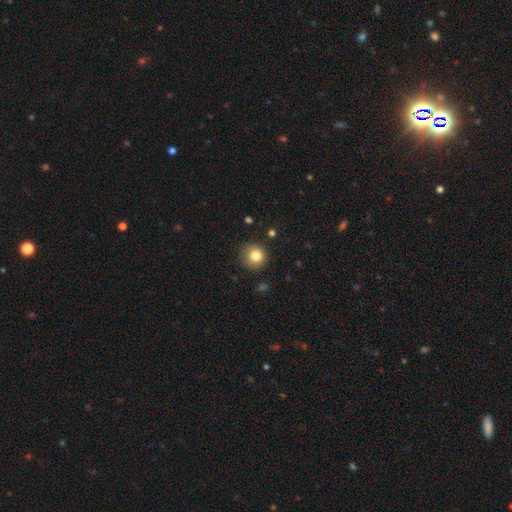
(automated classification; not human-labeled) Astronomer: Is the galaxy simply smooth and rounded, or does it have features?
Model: smooth — 82%.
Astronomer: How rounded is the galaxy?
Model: round — 89%.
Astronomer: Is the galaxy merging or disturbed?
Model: none — 76%.